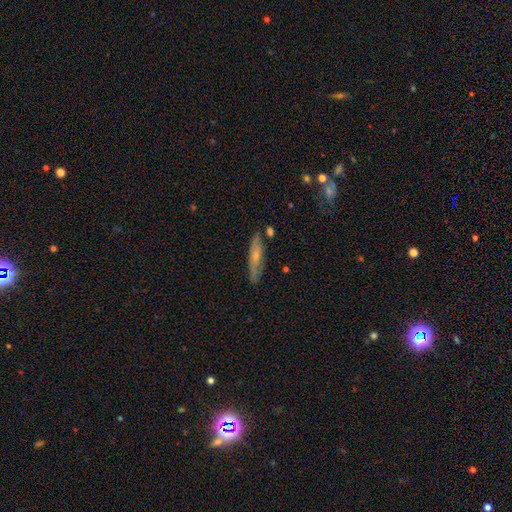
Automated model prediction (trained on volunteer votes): smooth-or-featured: smooth: 50% | featured or disk: 43% | star or artifact: 7%
  how-rounded: cigar-shaped: 79% | in between: 19% | round: 2%
  merging: none: 77% | minor disturbance: 16% | merger: 3% | major disturbance: 3%